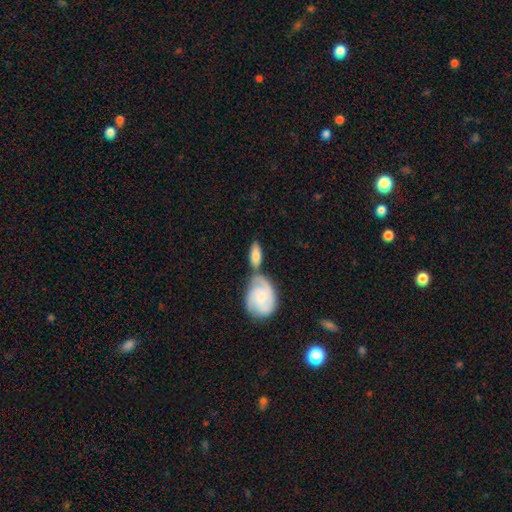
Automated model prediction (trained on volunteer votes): Smooth or featured?
  - smooth: 66% *
  - featured or disk: 29%
  - star or artifact: 5%
How rounded?
  - in between: 78% *
  - cigar-shaped: 18%
  - round: 4%
Merging?
  - none: 43% *
  - merger: 38%
  - minor disturbance: 14%
  - major disturbance: 5%